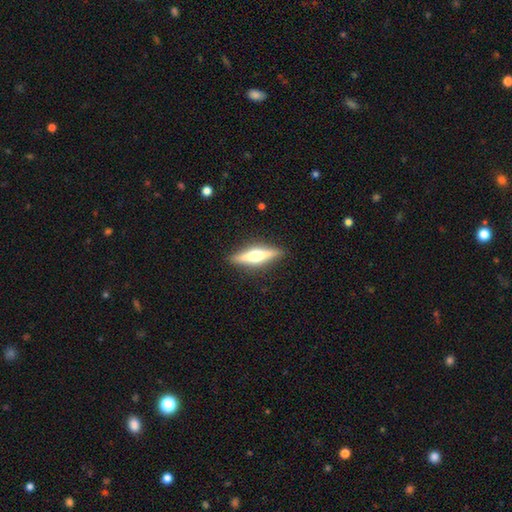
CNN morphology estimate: type=featured or disk (62%); edge-on=yes (96%); edge-on bulge=rounded (93%); merging=none (90%).